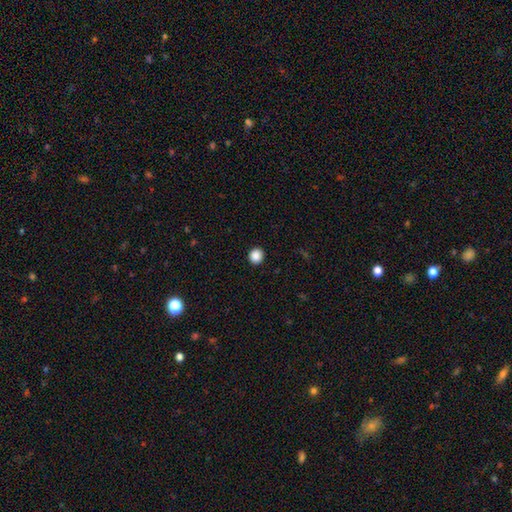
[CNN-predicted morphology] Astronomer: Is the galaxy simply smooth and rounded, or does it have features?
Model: smooth — 88%.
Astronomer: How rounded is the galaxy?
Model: round — 88%.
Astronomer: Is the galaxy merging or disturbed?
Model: none — 92%.